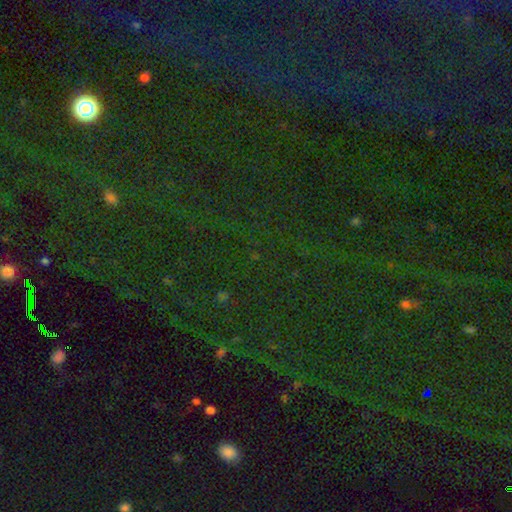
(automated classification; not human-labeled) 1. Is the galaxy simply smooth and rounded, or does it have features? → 81% star or artifact, 11% smooth, 8% featured or disk.